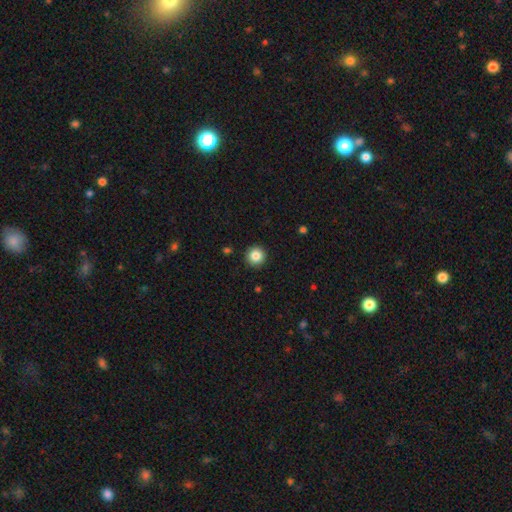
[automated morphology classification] Smooth or featured: smooth — 85% (star or artifact — 10%)
How rounded: round — 96% (in between — 3%)
Merging: none — 93% (minor disturbance — 5%)